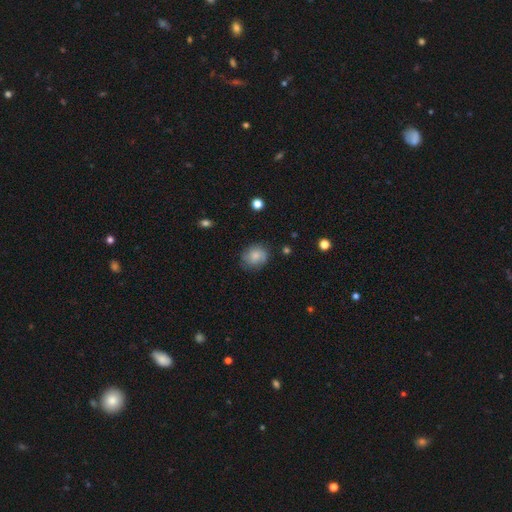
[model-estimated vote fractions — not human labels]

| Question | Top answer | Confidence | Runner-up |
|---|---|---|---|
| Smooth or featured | smooth | 75% | featured or disk (16%) |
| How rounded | round | 62% | in between (37%) |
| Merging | none | 73% | minor disturbance (20%) |